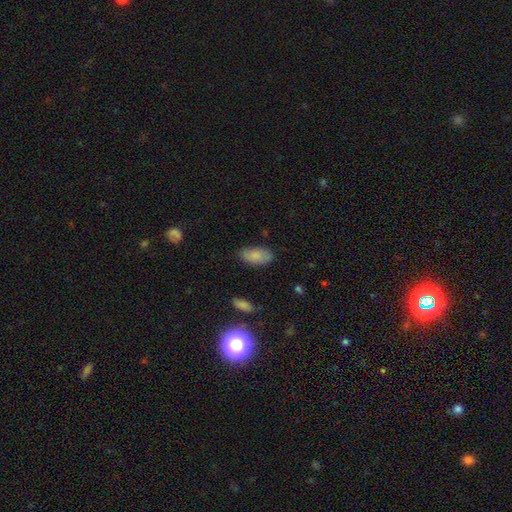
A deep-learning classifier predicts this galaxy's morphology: Smooth or featured?
  - smooth: 82% *
  - featured or disk: 11%
  - star or artifact: 7%
How rounded?
  - in between: 93% *
  - cigar-shaped: 4%
  - round: 3%
Merging?
  - none: 78% *
  - minor disturbance: 17%
  - major disturbance: 3%
  - merger: 2%